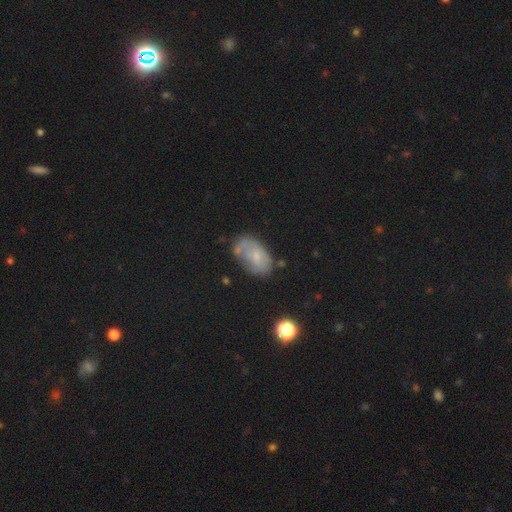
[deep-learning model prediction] This appears to be a smooth galaxy with no disk features (49%). Merging: none (46%).